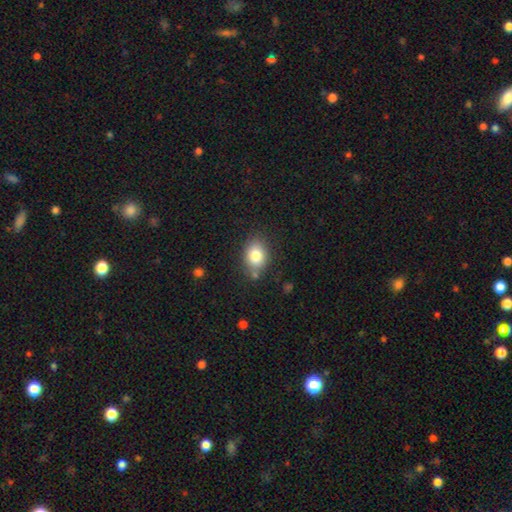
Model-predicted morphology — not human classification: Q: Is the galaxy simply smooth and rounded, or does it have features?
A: smooth — 80%.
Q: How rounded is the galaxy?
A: in between — 68%.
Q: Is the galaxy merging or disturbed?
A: none — 77%.